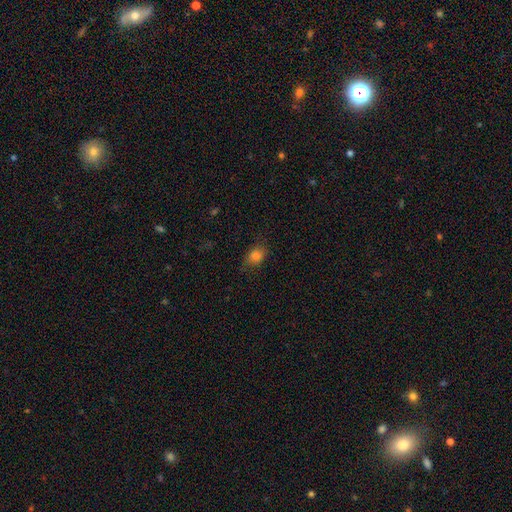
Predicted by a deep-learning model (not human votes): smooth 81%, star or artifact 12%, featured or disk 7%. Down the decision tree: how rounded — in between (67%); merging — none (70%).